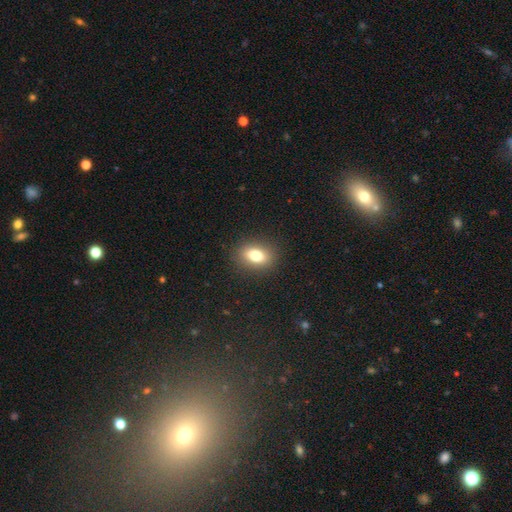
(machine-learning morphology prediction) This is likely a smooth galaxy (78%). How rounded: likely in between (74%). Merging: clearly none (88%).